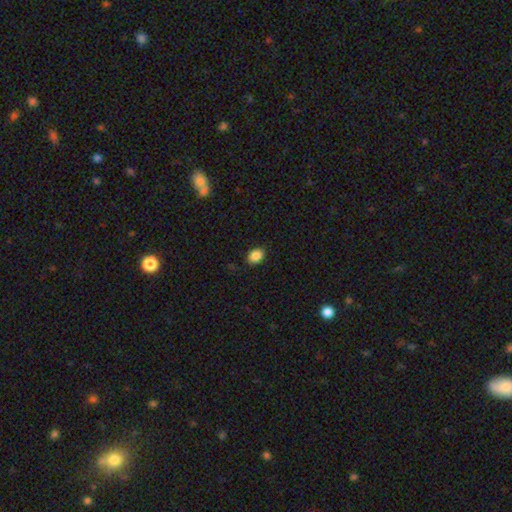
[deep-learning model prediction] A smooth galaxy with no disk features (88%) that is in between round and cigar-shaped (70%).

Vote fractions:
- Smooth or featured? smooth: 88% / star or artifact: 9% / featured or disk: 4%
- How rounded? in between: 70% / round: 29% / cigar-shaped: 1%
- Merging? none: 88% / minor disturbance: 9% / major disturbance: 2% / merger: 1%